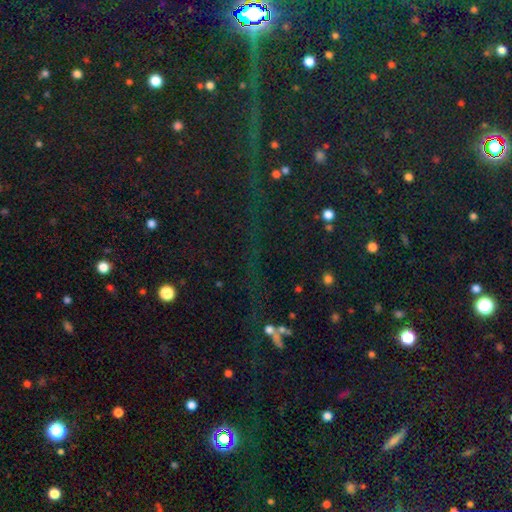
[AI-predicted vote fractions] Smooth or featured? star or artifact (81%)